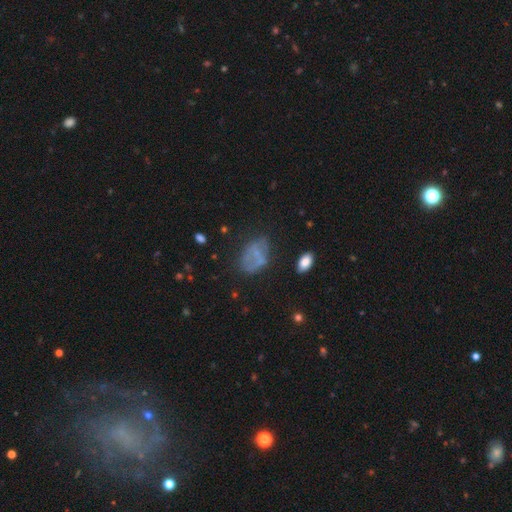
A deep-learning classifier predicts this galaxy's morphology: Q: Smooth or featured?
A: smooth (45%); runner-up: featured or disk (39%)
Q: Merging?
A: none (51%); runner-up: minor disturbance (25%)